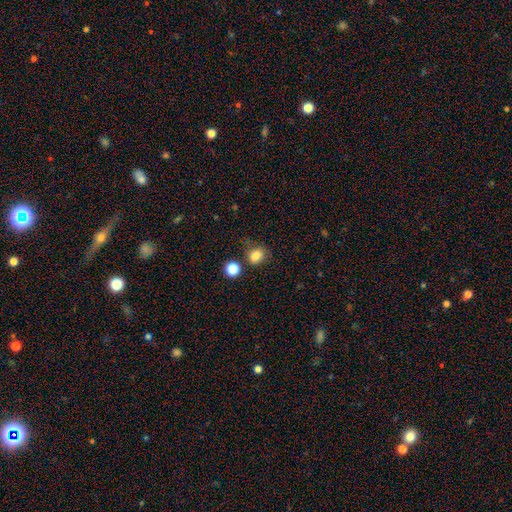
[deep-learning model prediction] smooth-or-featured: smooth: 82% | star or artifact: 12% | featured or disk: 5%
  how-rounded: round: 51% | in between: 48% | cigar-shaped: 1%
  merging: none: 61% | minor disturbance: 20% | merger: 11% | major disturbance: 8%